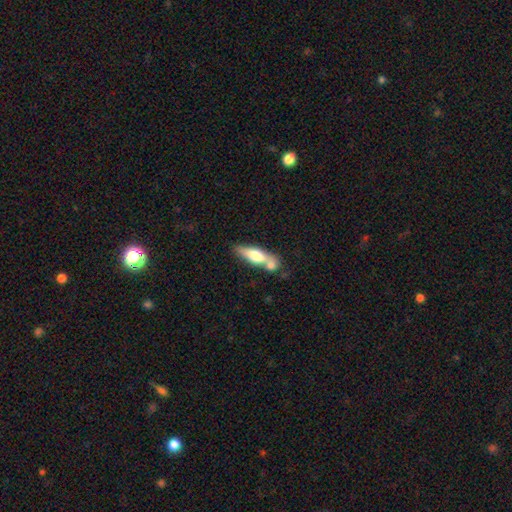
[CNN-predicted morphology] This is possibly a smooth galaxy (57%). How rounded: possibly cigar-shaped (54%). Merging: marginally none (44%).